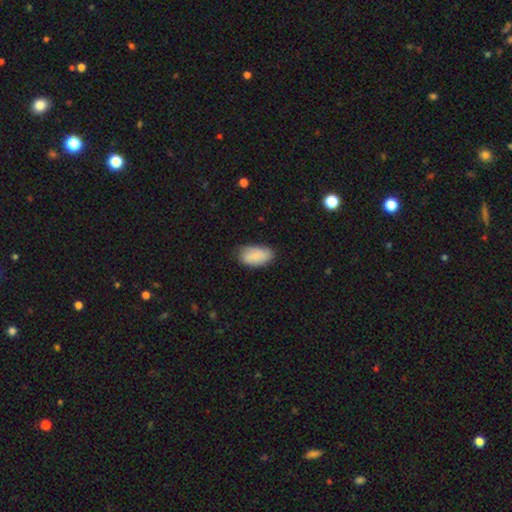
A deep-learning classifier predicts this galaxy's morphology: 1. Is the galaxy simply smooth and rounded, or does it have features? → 81% smooth, 12% featured or disk, 6% star or artifact.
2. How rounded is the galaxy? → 94% in between, 4% round, 2% cigar-shaped.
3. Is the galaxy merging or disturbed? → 70% none, 25% minor disturbance, 4% major disturbance, 1% merger.